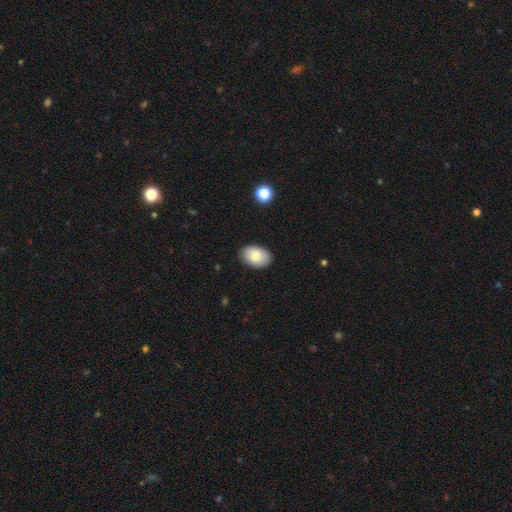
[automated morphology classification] Smooth or featured: smooth — 84% (featured or disk — 9%)
How rounded: in between — 88% (round — 11%)
Merging: none — 87% (minor disturbance — 10%)